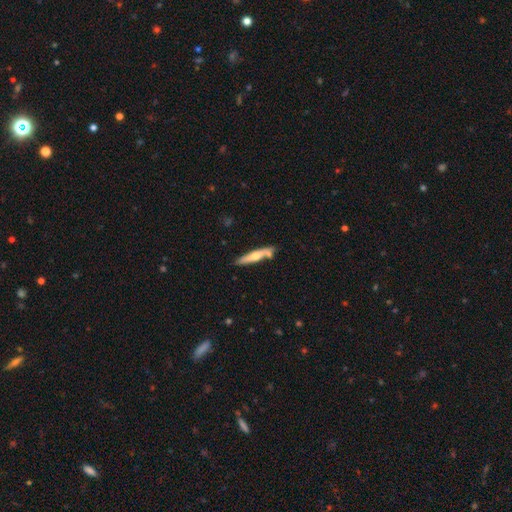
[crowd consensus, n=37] A featured or disk galaxy (65%) viewed edge-on (96%) with a rounded central bulge (83%). Merging: none (81%).